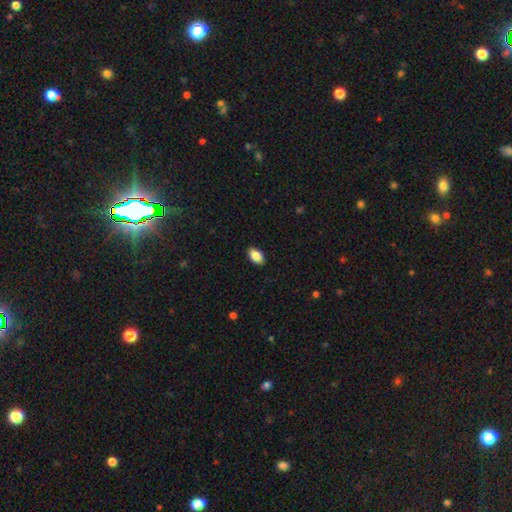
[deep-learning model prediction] Morphology: type=smooth (88%); roundness=in between (92%); merging=none (89%).